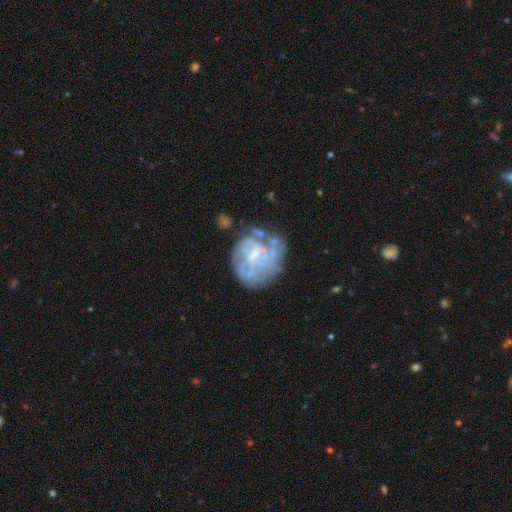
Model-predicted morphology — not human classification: A featured or disk galaxy (69%) with no bar (51%), spiral arms (55%) and a small central bulge (44%). Merging: none (47%).